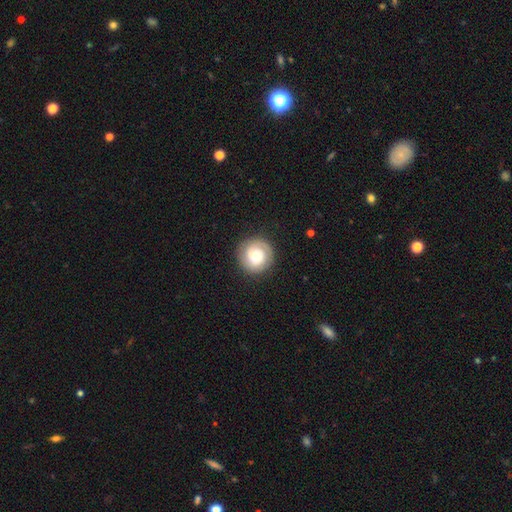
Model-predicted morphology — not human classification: A smooth galaxy with no disk features (48%). Merging: none (88%).